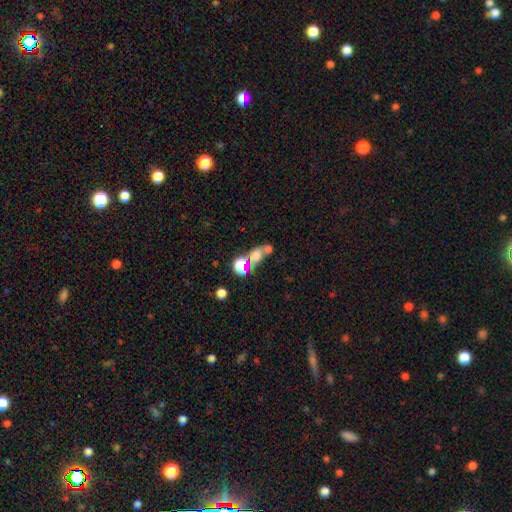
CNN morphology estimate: A smooth galaxy with no disk features (60%) that is in between round and cigar-shaped (52%).

Vote fractions:
- Smooth or featured? smooth: 60% / star or artifact: 21% / featured or disk: 19%
- How rounded? in between: 52% / round: 42% / cigar-shaped: 5%
- Merging? merger: 51% / none: 31% / minor disturbance: 9% / major disturbance: 9%